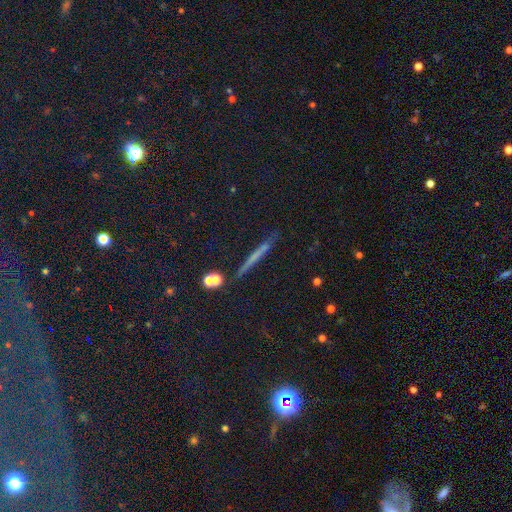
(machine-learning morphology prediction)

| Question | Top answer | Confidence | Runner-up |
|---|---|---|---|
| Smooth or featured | smooth | 38% | featured or disk (31%) |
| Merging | none | 87% | minor disturbance (8%) |